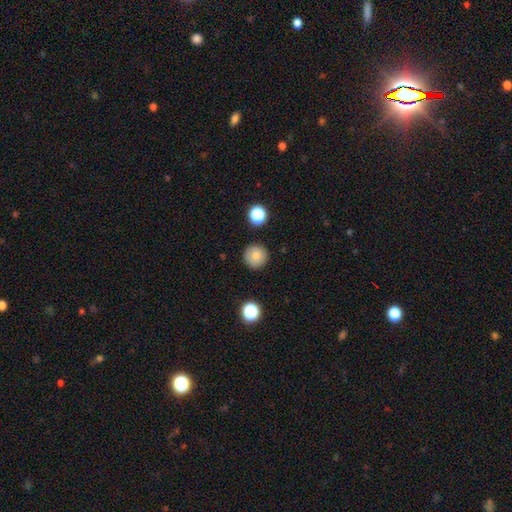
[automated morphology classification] Smooth or featured: smooth — 80% (star or artifact — 11%)
How rounded: round — 96% (in between — 3%)
Merging: none — 90% (minor disturbance — 6%)